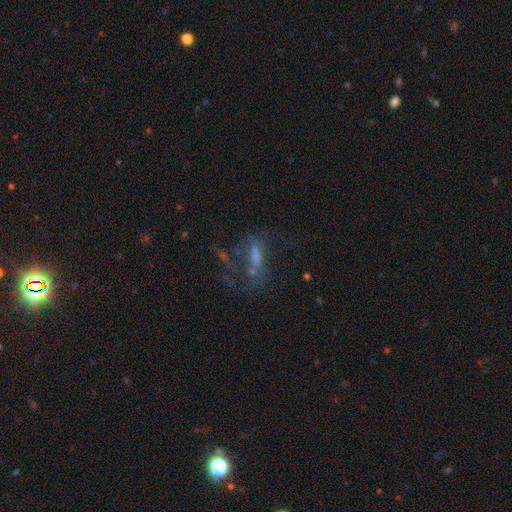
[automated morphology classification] This appears to be a featured or disk galaxy (48%). Merging: major disturbance (42%).